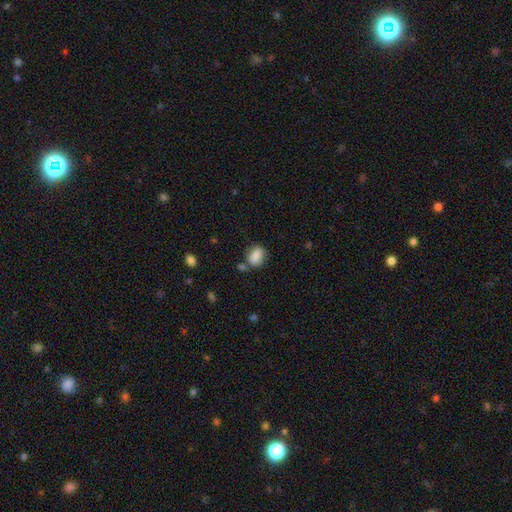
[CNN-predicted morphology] Smooth or featured?
  - smooth: 81% *
  - featured or disk: 11%
  - star or artifact: 9%
How rounded?
  - in between: 64% *
  - round: 34%
  - cigar-shaped: 2%
Merging?
  - none: 65% *
  - minor disturbance: 18%
  - merger: 12%
  - major disturbance: 5%